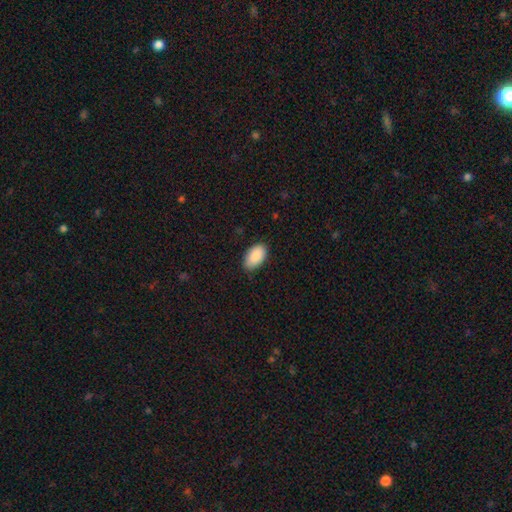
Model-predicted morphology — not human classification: This is clearly a smooth galaxy (89%). How rounded: clearly in between (95%). Merging: clearly none (81%).